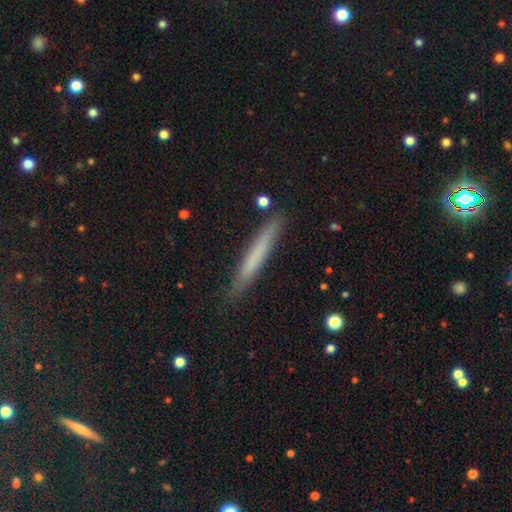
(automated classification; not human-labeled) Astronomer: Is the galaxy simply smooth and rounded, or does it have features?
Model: smooth — 65%.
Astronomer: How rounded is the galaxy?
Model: cigar-shaped — 96%.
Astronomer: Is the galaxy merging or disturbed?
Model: none — 86%.